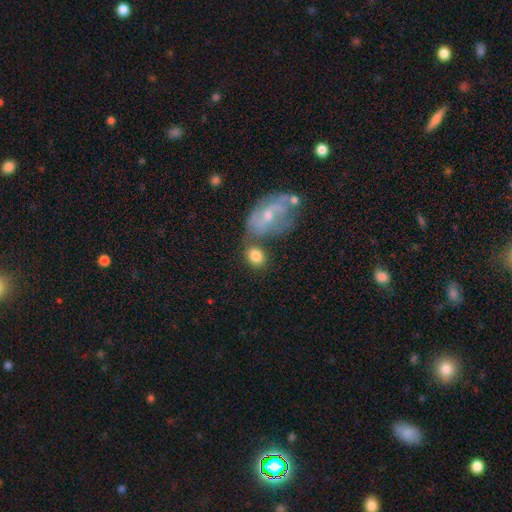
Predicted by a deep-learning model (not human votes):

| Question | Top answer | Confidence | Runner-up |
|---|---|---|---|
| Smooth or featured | smooth | 77% | featured or disk (16%) |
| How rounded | in between | 52% | round (46%) |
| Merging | none | 52% | merger (25%) |